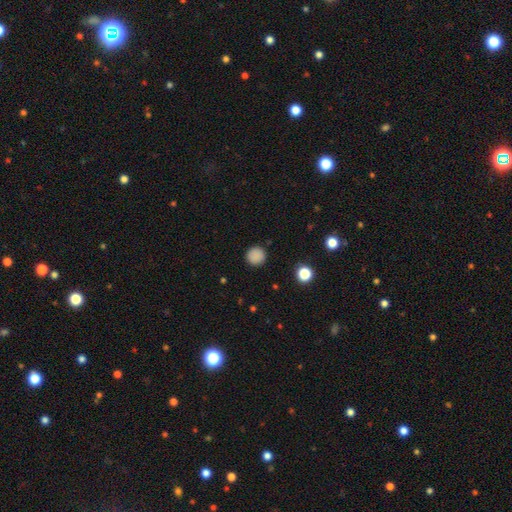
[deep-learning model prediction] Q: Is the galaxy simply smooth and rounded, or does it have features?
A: smooth — 87%.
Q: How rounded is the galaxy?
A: round — 95%.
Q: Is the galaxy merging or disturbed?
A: none — 91%.